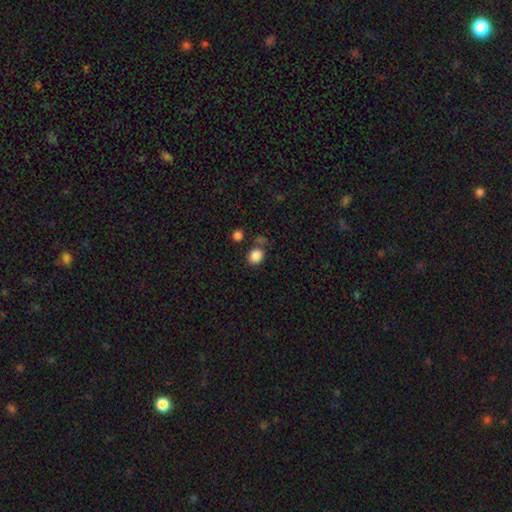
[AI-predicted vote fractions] Morphology: type=smooth (86%); roundness=round (62%); merging=none (70%).